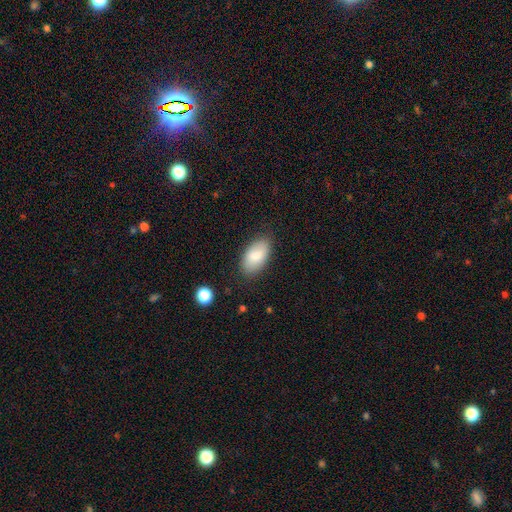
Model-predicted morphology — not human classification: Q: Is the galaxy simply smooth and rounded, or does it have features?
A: smooth — 83%.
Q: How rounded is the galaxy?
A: in between — 95%.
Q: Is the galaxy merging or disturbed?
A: none — 82%.